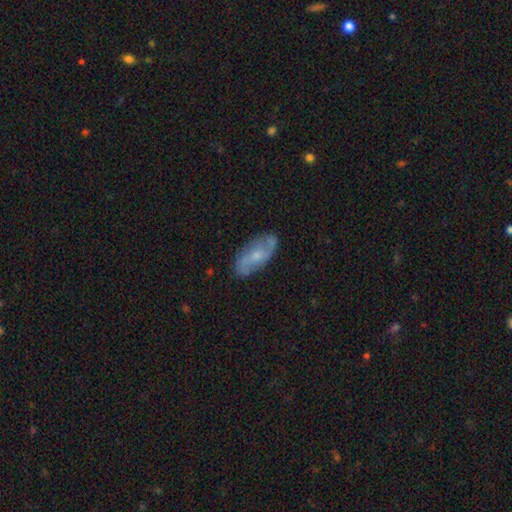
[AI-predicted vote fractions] Smooth or featured?
  - featured or disk: 53% *
  - smooth: 40%
  - star or artifact: 7%
Edge-on disk?
  - no: 88% *
  - yes: 12%
Merging?
  - none: 74% *
  - minor disturbance: 19%
  - major disturbance: 5%
  - merger: 2%